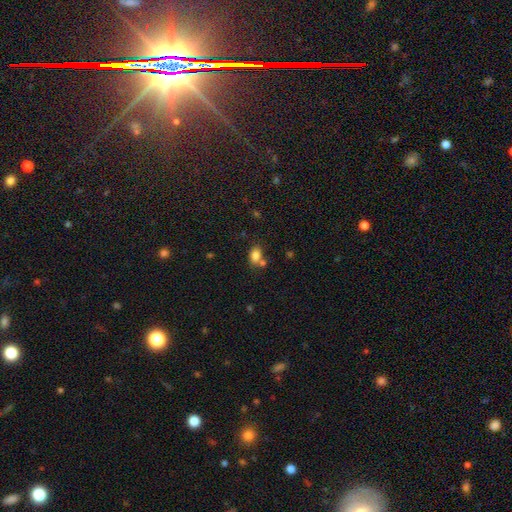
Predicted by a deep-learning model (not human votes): Smooth or featured: smooth — 82% (star or artifact — 11%)
How rounded: in between — 78% (round — 20%)
Merging: none — 58% (merger — 24%)